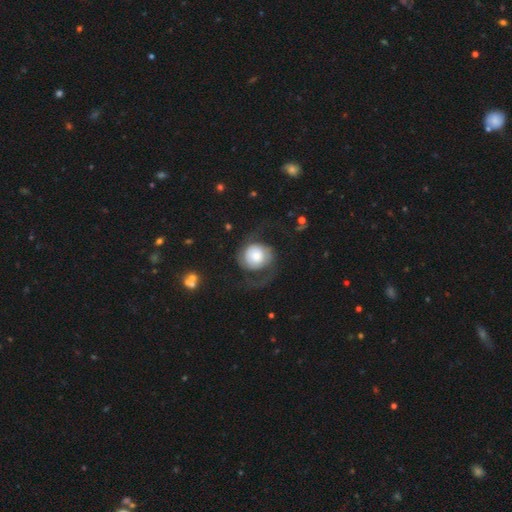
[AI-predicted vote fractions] featured or disk 56%, smooth 37%, star or artifact 7%. Down the decision tree: edge-on disk — no (97%); bar — no (79%); spiral arms — yes (83%); bulge size — large (29%); merging — none (49%).